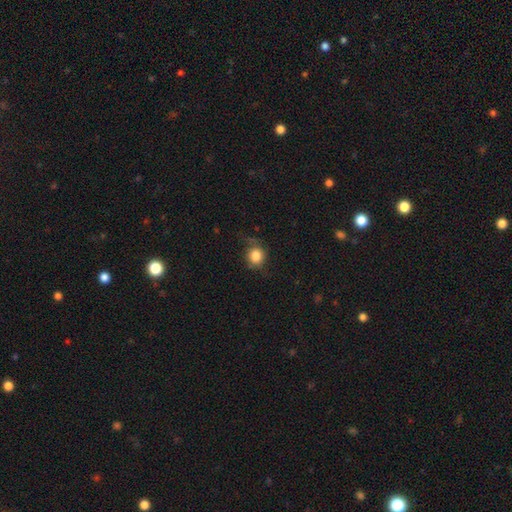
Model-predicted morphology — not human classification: Smooth or featured?
  - smooth: 81% *
  - featured or disk: 9%
  - star or artifact: 9%
How rounded?
  - round: 79% *
  - in between: 20%
  - cigar-shaped: 1%
Merging?
  - none: 63% *
  - minor disturbance: 25%
  - major disturbance: 11%
  - merger: 2%